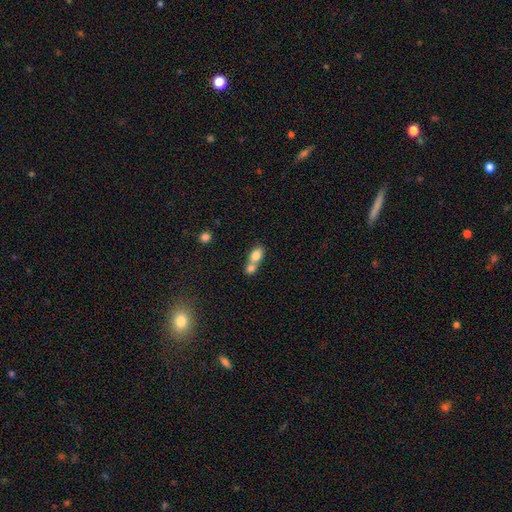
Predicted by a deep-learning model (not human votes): smooth-or-featured: smooth: 78% | featured or disk: 13% | star or artifact: 9%
  how-rounded: in between: 67% | round: 30% | cigar-shaped: 3%
  merging: merger: 70% | none: 21% | minor disturbance: 6% | major disturbance: 3%